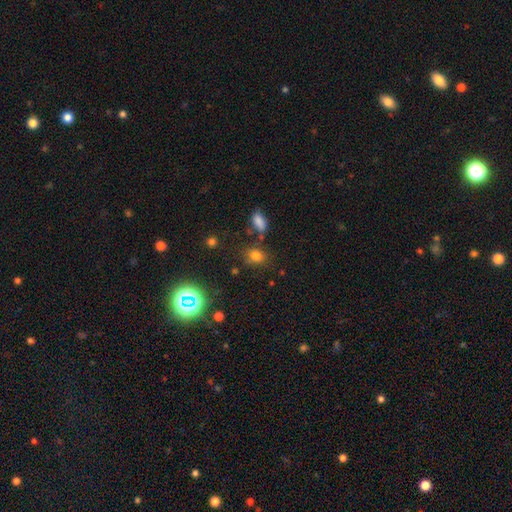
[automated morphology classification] Smooth or featured?
  - smooth: 74% *
  - star or artifact: 19%
  - featured or disk: 7%
How rounded?
  - round: 50% *
  - in between: 49%
  - cigar-shaped: 2%
Merging?
  - none: 71% *
  - minor disturbance: 16%
  - merger: 8%
  - major disturbance: 6%